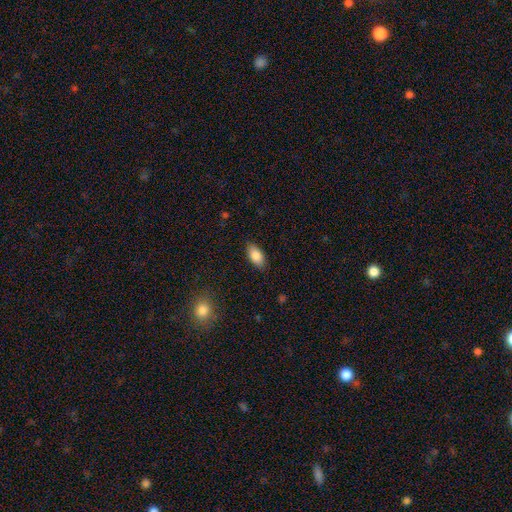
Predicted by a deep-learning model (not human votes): Smooth or featured? smooth (85%)
How rounded? in between (92%)
Merging? none (86%)